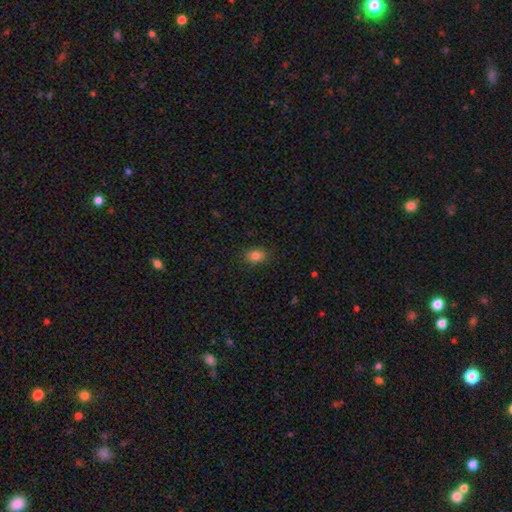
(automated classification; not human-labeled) smooth_or_featured: smooth (p=0.83) [alt: star or artifact p=0.12]
how_rounded: in between (p=0.61) [alt: round p=0.37]
merging: none (p=0.86) [alt: minor disturbance p=0.10]